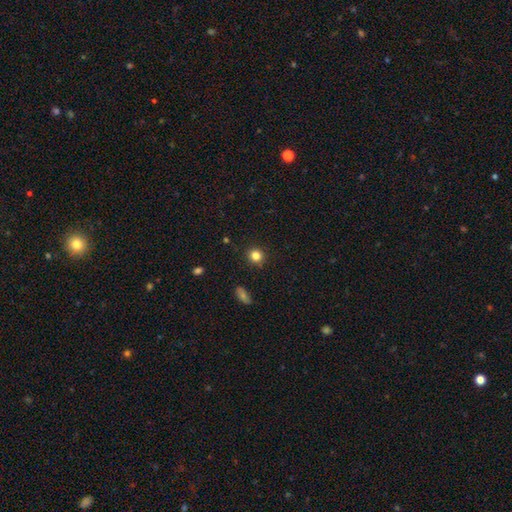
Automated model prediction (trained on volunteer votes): Q: Smooth or featured?
A: smooth (83%); runner-up: star or artifact (12%)
Q: How rounded?
A: round (89%); runner-up: in between (10%)
Q: Merging?
A: none (89%); runner-up: minor disturbance (7%)